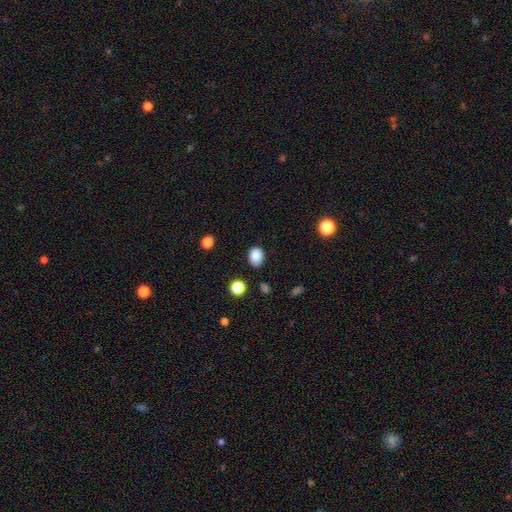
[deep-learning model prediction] Smooth or featured?
  - smooth: 86% *
  - star or artifact: 10%
  - featured or disk: 4%
How rounded?
  - in between: 58% *
  - round: 41%
  - cigar-shaped: 1%
Merging?
  - none: 80% *
  - minor disturbance: 15%
  - major disturbance: 3%
  - merger: 2%